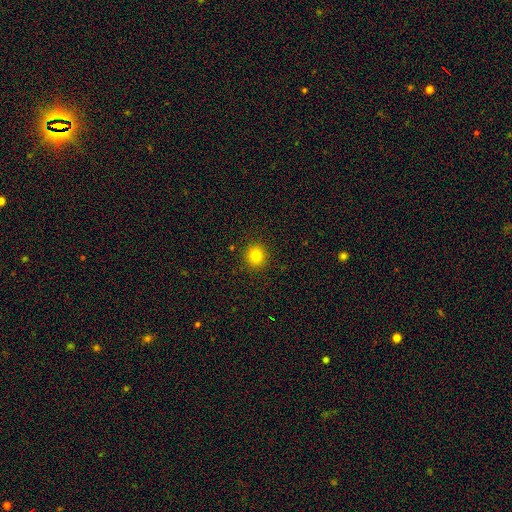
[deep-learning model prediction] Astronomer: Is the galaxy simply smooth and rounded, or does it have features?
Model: smooth — 82%.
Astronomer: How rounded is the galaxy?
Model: round — 91%.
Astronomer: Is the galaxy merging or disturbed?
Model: none — 91%.